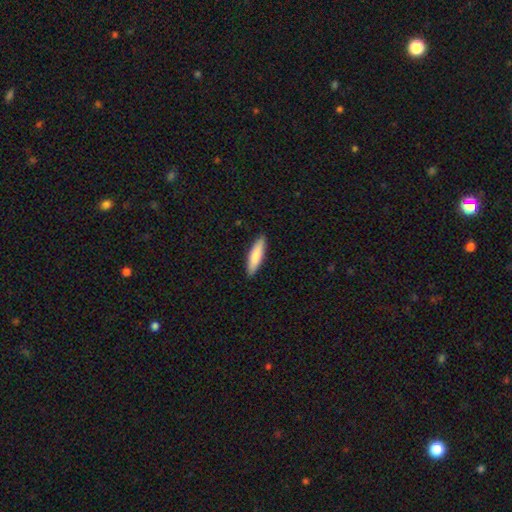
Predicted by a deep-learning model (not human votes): This is likely a smooth galaxy (79%). How rounded: likely cigar-shaped (72%). Merging: clearly none (90%).